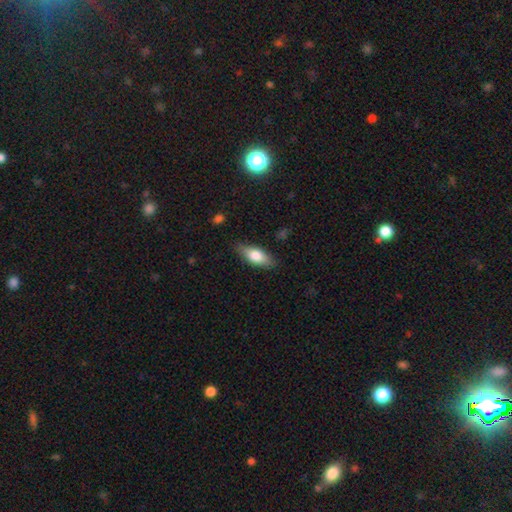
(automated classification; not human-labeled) A smooth galaxy with no disk features (71%) that is in between round and cigar-shaped (77%).

Vote fractions:
- Smooth or featured? smooth: 71% / featured or disk: 23% / star or artifact: 6%
- How rounded? in between: 77% / cigar-shaped: 20% / round: 3%
- Merging? none: 83% / minor disturbance: 13% / major disturbance: 3% / merger: 1%